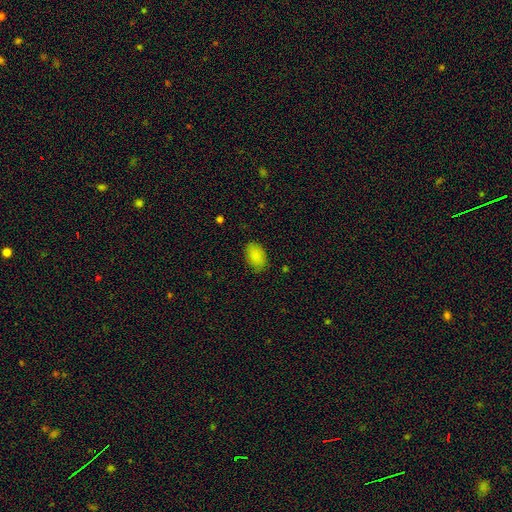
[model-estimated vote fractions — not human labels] The model was most divided on "merging": none: 82%, minor disturbance: 14%, major disturbance: 3%, merger: 1%. More confident: how rounded — in between (90%); smooth or featured — smooth (88%).